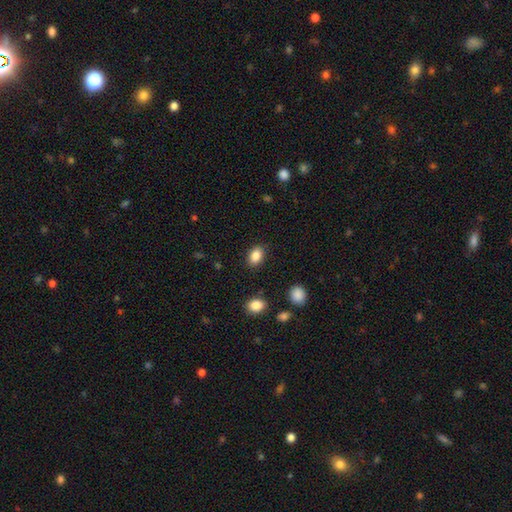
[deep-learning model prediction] The model was most divided on "how rounded": in between: 81%, round: 18%, cigar-shaped: 1%. More confident: smooth or featured — smooth (86%); merging — none (86%).